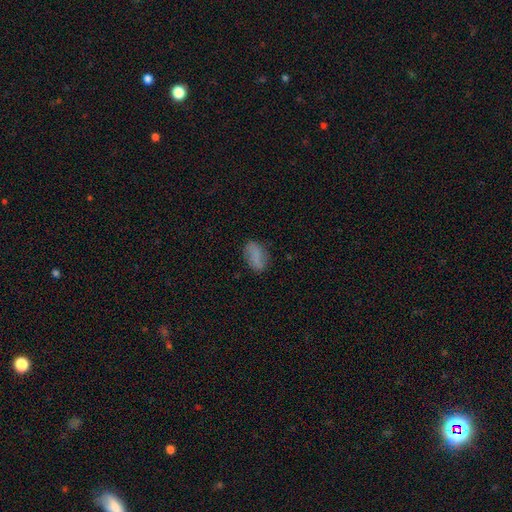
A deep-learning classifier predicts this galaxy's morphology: This is likely a smooth galaxy (75%). How rounded: clearly in between (89%). Merging: likely none (76%).